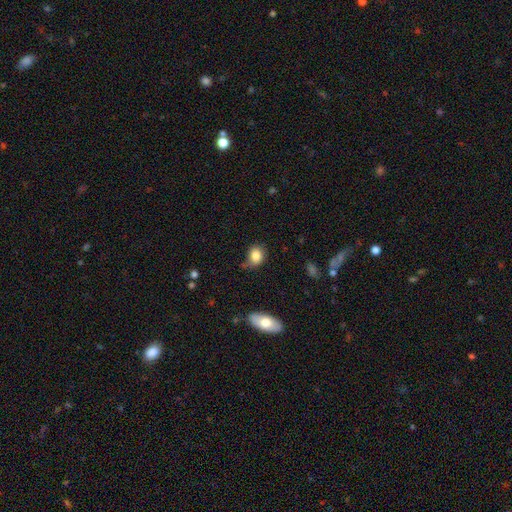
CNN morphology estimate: Smooth or featured? smooth (83%)
How rounded? in between (53%)
Merging? none (55%)